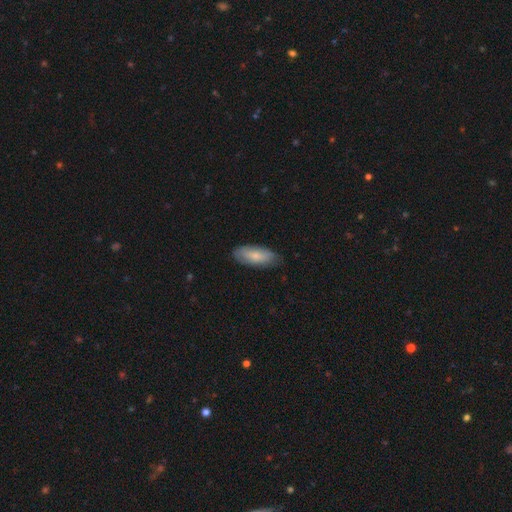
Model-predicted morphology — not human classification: Overall: smooth (75%). How rounded: in between (81%). Merging: none (76%).